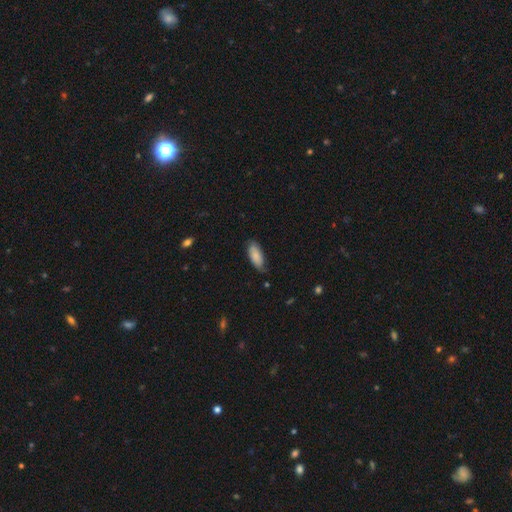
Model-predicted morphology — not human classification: This is clearly a smooth galaxy (84%). How rounded: clearly in between (81%). Merging: likely none (72%).